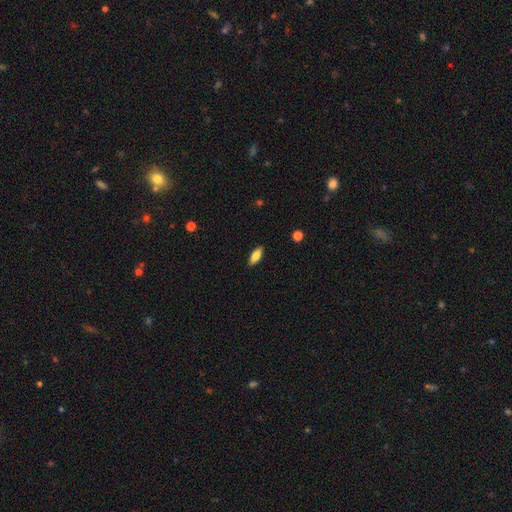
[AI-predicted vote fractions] Smooth or featured? smooth (75%)
How rounded? in between (71%)
Merging? none (89%)